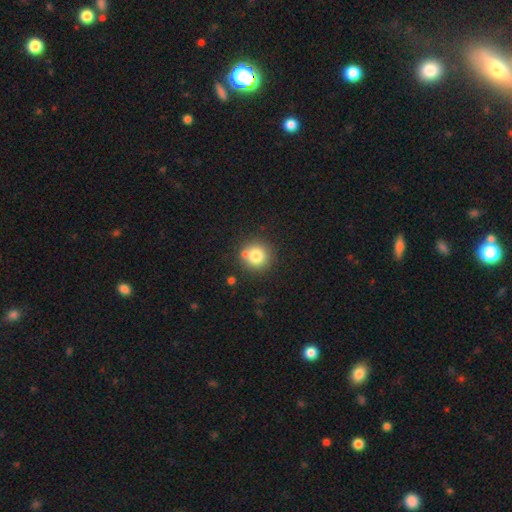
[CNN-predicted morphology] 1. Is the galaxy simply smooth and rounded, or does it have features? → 78% smooth, 11% star or artifact, 11% featured or disk.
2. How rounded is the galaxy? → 93% round, 6% in between, 1% cigar-shaped.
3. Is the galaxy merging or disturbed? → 73% none, 14% merger, 10% minor disturbance, 3% major disturbance.